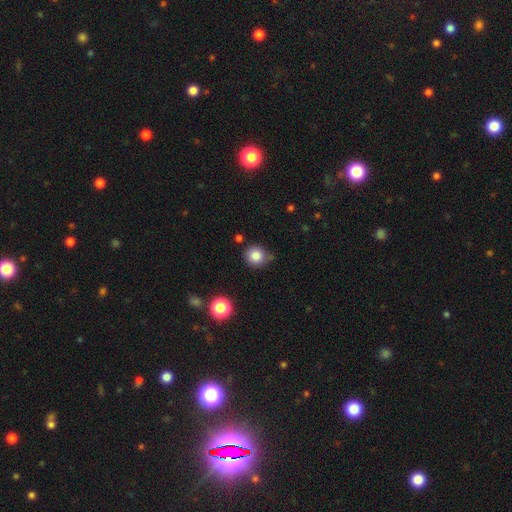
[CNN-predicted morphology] The model was most divided on "merging": none: 72%, minor disturbance: 18%, merger: 6%, major disturbance: 4%. More confident: how rounded — round (89%); smooth or featured — smooth (83%).